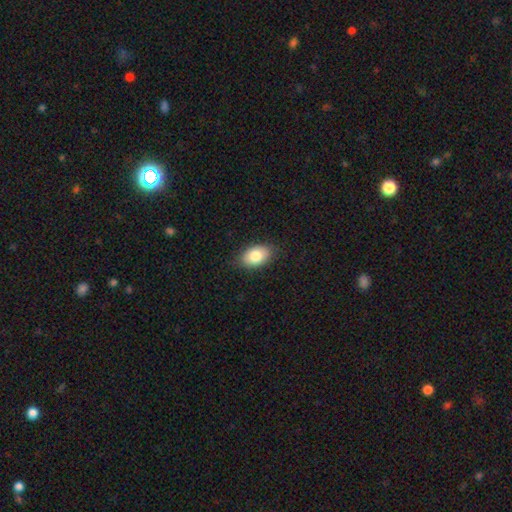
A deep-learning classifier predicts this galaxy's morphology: Smooth or featured?
  - smooth: 82% *
  - featured or disk: 11%
  - star or artifact: 7%
How rounded?
  - in between: 90% *
  - round: 9%
  - cigar-shaped: 1%
Merging?
  - none: 85% *
  - minor disturbance: 12%
  - major disturbance: 2%
  - merger: 1%